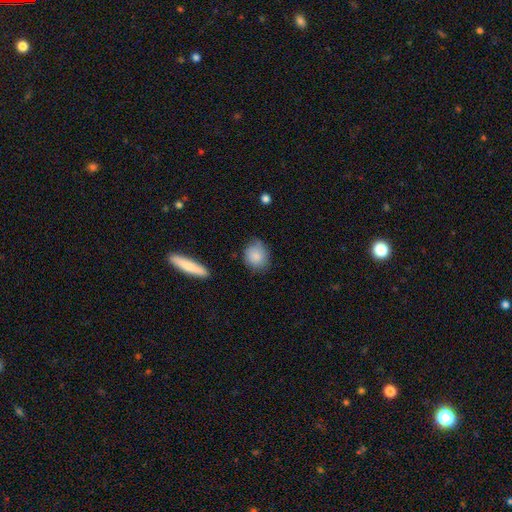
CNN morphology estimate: smooth_or_featured: smooth (p=0.84) [alt: featured or disk p=0.09]
how_rounded: round (p=0.71) [alt: in between p=0.27]
merging: none (p=0.66) [alt: minor disturbance p=0.26]